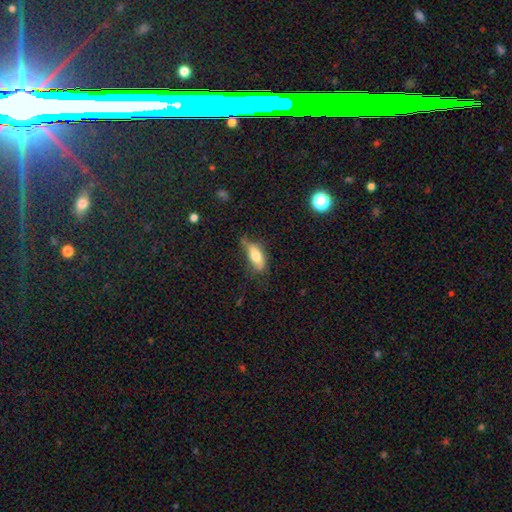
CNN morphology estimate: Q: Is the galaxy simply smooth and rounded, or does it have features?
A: smooth — 72%.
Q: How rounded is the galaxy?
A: in between — 73%.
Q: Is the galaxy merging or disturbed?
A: none — 47%.